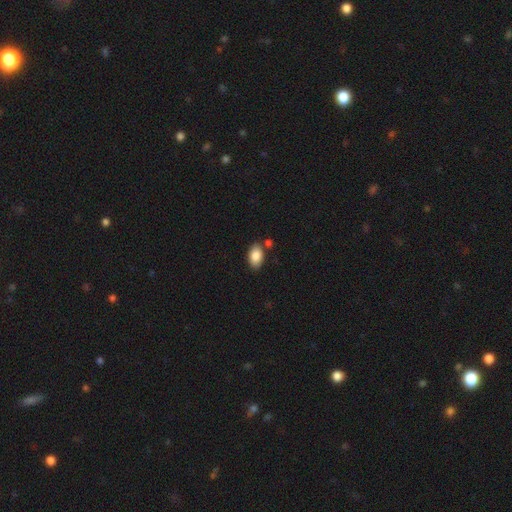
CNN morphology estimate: type=smooth (87%); roundness=in between (92%); merging=none (75%).